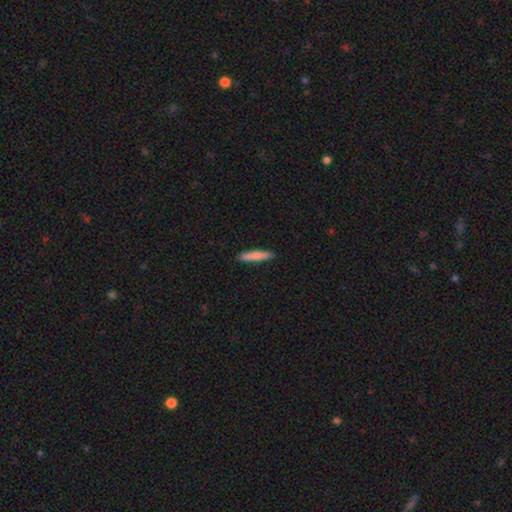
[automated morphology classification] A smooth galaxy with no disk features (78%) that is cigar-shaped (89%).

Vote fractions:
- Smooth or featured? smooth: 78% / featured or disk: 17% / star or artifact: 5%
- How rounded? cigar-shaped: 89% / in between: 10% / round: 1%
- Merging? none: 89% / minor disturbance: 8% / major disturbance: 2% / merger: 1%